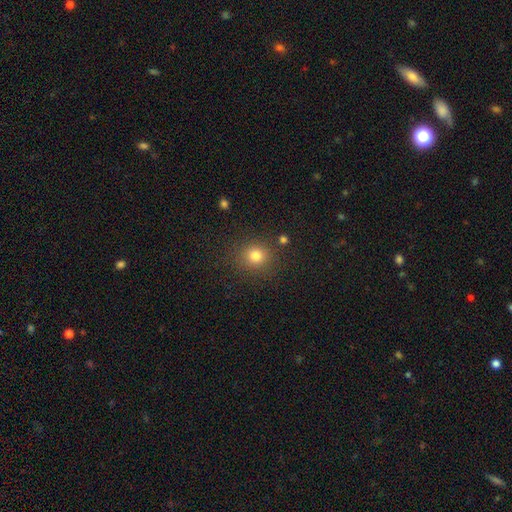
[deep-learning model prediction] smooth_or_featured: smooth (p=0.79) [alt: star or artifact p=0.14]
how_rounded: round (p=0.87) [alt: in between p=0.12]
merging: none (p=0.86) [alt: minor disturbance p=0.08]